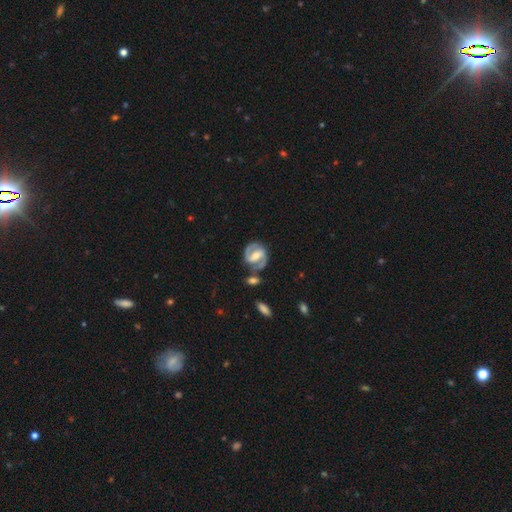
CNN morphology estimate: type=featured or disk (86%); edge-on=no (97%); bar=strong (53%); spiral arms=yes (94%); winding=medium (51%); arm count=2 (90%); bulge=moderate (57%); merging=none (71%).